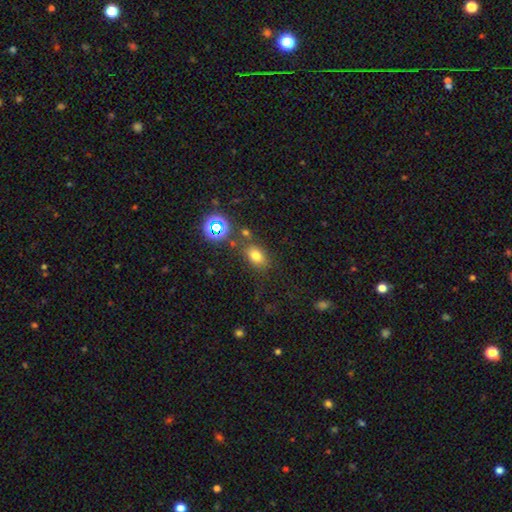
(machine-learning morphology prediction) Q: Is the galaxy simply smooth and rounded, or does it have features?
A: smooth — 71%.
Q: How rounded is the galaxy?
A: in between — 71%.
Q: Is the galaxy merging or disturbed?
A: none — 71%.